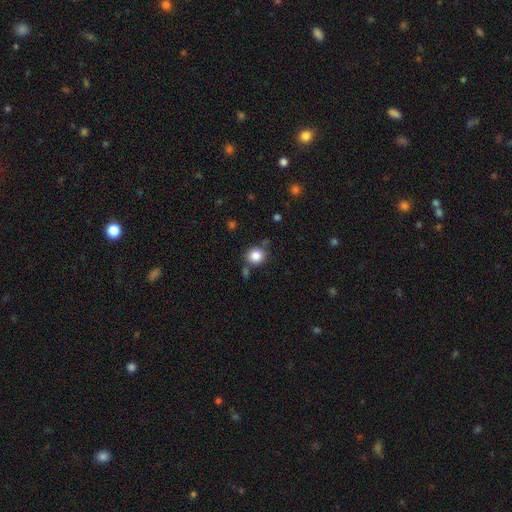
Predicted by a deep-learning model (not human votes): Smooth or featured: smooth — 84% (star or artifact — 10%)
How rounded: round — 86% (in between — 13%)
Merging: none — 79% (minor disturbance — 10%)